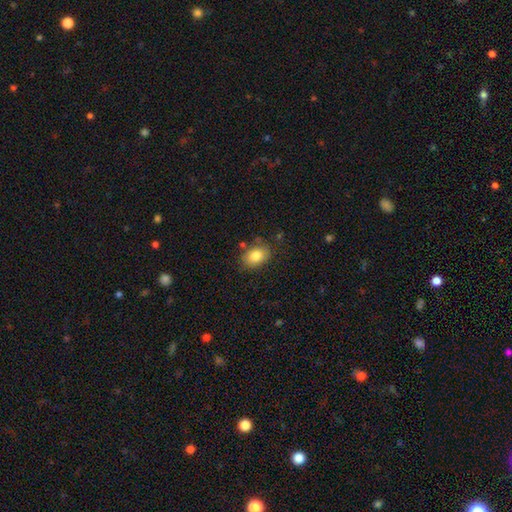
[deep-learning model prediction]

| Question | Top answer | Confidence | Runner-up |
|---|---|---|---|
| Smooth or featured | smooth | 83% | featured or disk (9%) |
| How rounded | in between | 75% | round (24%) |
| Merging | none | 78% | minor disturbance (15%) |